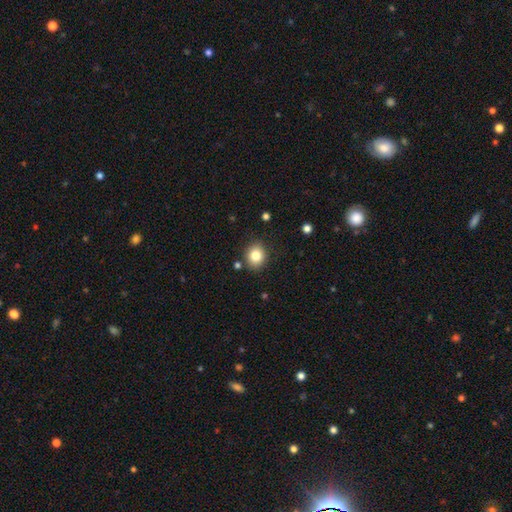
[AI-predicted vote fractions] Q: Smooth or featured?
A: smooth (83%); runner-up: star or artifact (10%)
Q: How rounded?
A: round (63%); runner-up: in between (36%)
Q: Merging?
A: none (85%); runner-up: minor disturbance (9%)